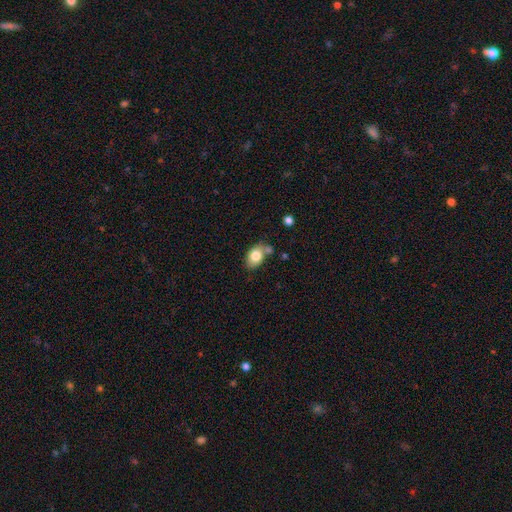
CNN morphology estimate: Q: Smooth or featured?
A: smooth (80%); runner-up: featured or disk (12%)
Q: How rounded?
A: in between (81%); runner-up: round (17%)
Q: Merging?
A: none (56%); runner-up: minor disturbance (21%)